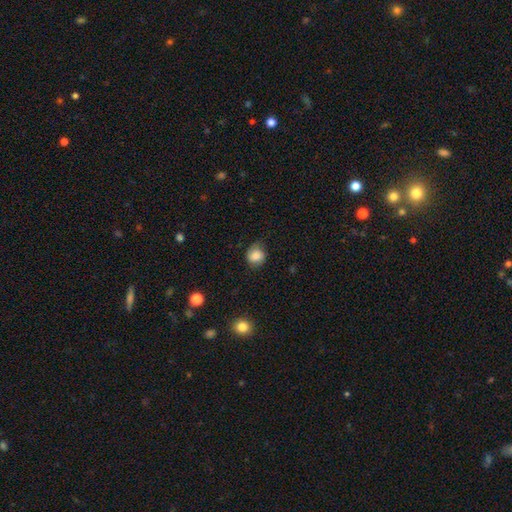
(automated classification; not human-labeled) Morphology: type=smooth (81%); roundness=round (75%); merging=none (65%).